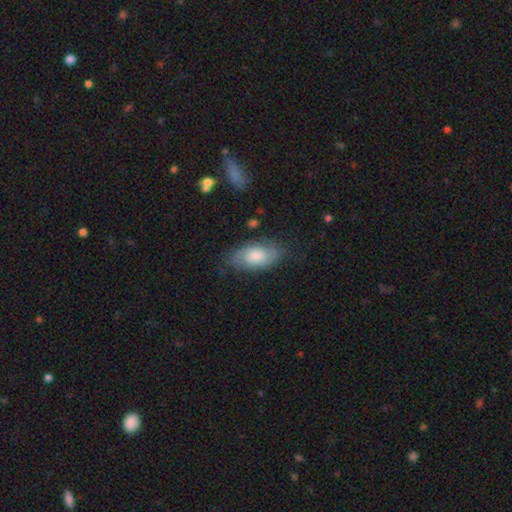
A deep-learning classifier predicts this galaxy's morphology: Smooth or featured? Predicted: featured or disk (p=0.49). Merging? Predicted: none (p=0.74).